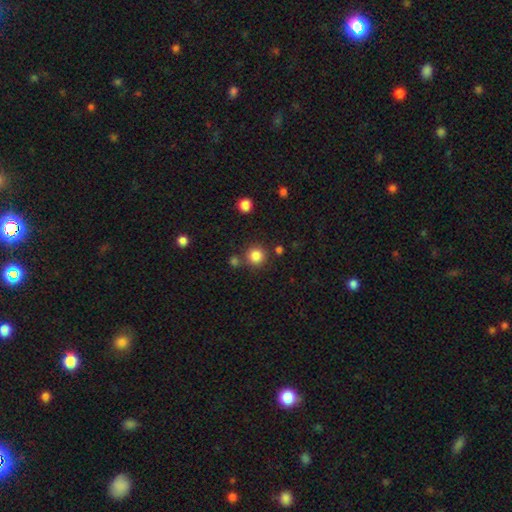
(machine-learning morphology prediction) Smooth or featured? Predicted: smooth (p=0.84). How rounded? Predicted: round (p=0.93). Merging? Predicted: none (p=0.81).